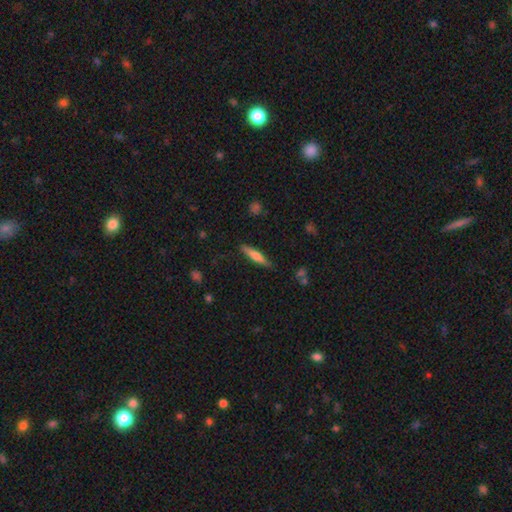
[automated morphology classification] Q: Smooth or featured?
A: smooth (56%); runner-up: featured or disk (38%)
Q: How rounded?
A: cigar-shaped (88%); runner-up: in between (10%)
Q: Merging?
A: none (88%); runner-up: minor disturbance (9%)